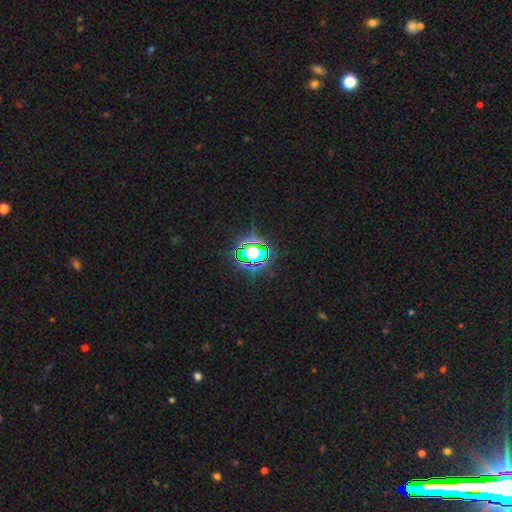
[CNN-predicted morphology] A star or artifact, not a galaxy (65%).